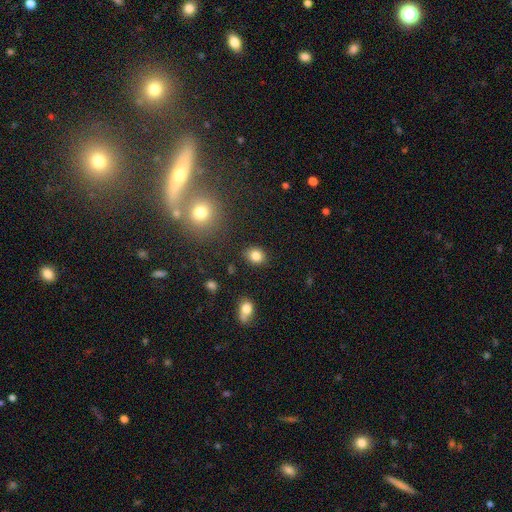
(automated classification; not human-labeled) smooth 83%, star or artifact 11%, featured or disk 6%. Down the decision tree: how rounded — round (59%); merging — none (86%).